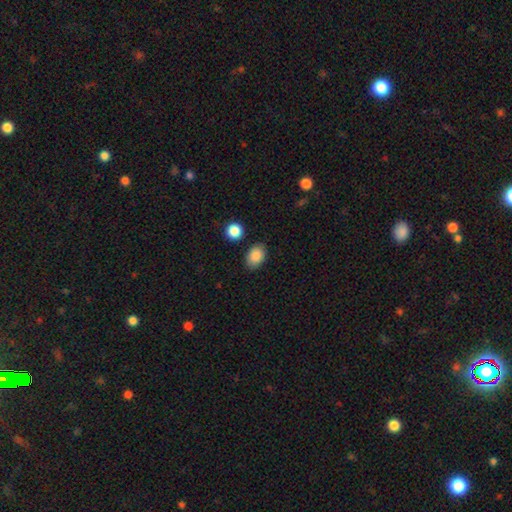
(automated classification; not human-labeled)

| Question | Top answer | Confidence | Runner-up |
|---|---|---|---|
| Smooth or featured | smooth | 88% | star or artifact (8%) |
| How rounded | in between | 79% | round (20%) |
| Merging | none | 83% | minor disturbance (12%) |